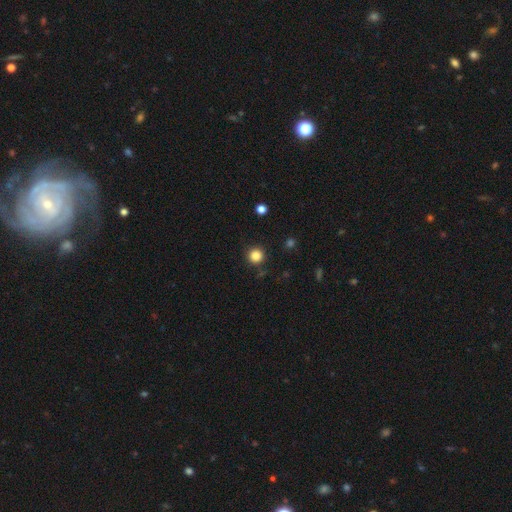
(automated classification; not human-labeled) Q: Smooth or featured?
A: smooth (85%); runner-up: star or artifact (12%)
Q: How rounded?
A: round (96%); runner-up: in between (4%)
Q: Merging?
A: none (89%); runner-up: minor disturbance (6%)